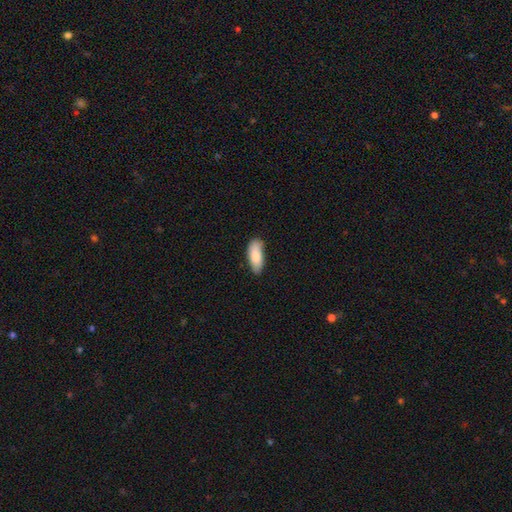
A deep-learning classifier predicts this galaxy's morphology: smooth 82%, featured or disk 12%, star or artifact 6%. Down the decision tree: how rounded — in between (81%); merging — none (76%).